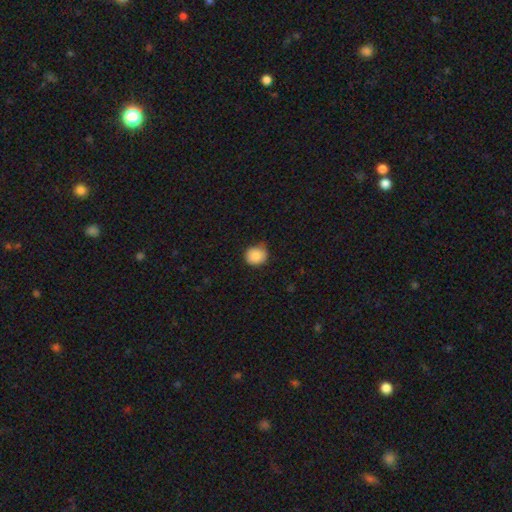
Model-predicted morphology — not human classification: Smooth or featured: smooth — 87% (star or artifact — 9%)
How rounded: round — 82% (in between — 17%)
Merging: none — 72% (minor disturbance — 23%)